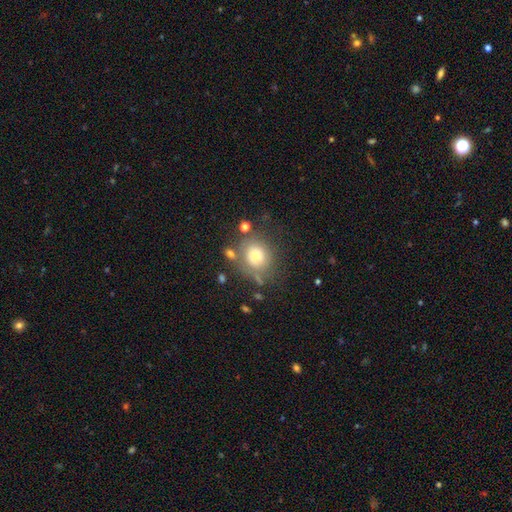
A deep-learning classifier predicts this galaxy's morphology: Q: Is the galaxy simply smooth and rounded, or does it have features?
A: smooth — 71%.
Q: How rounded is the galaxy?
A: round — 81%.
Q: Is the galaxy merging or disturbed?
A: none — 65%.